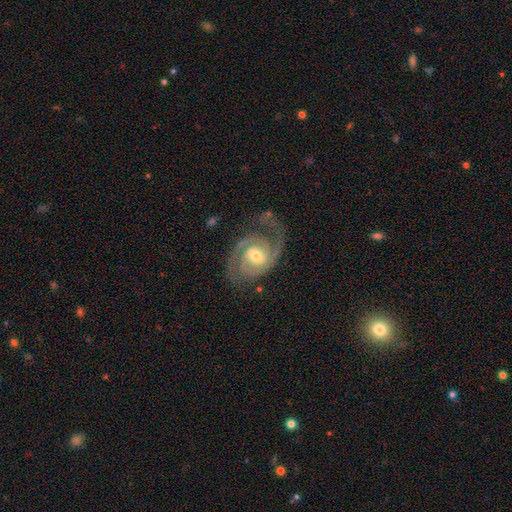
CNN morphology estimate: The model was most divided on "spiral winding": tight: 49%, medium: 43%, loose: 8%. More confident: spiral arms — yes (98%); edge-on disk — no (97%); smooth or featured — featured or disk (91%); spiral arm count — 2 (86%); merging — none (71%); bulge size — moderate (57%); bar — no (50%).